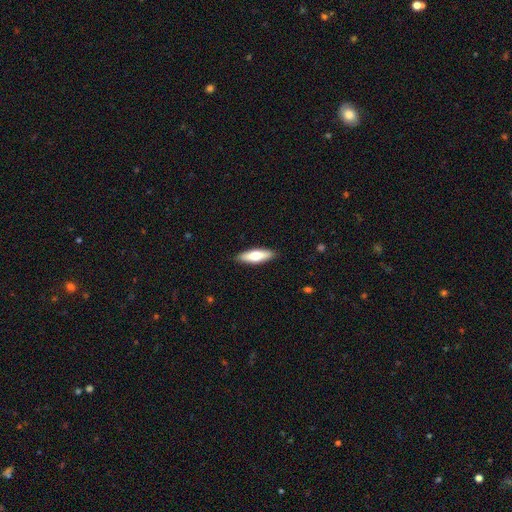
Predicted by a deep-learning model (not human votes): smooth-or-featured: smooth: 67% | featured or disk: 28% | star or artifact: 5%
  how-rounded: in between: 50% | cigar-shaped: 48% | round: 2%
  merging: none: 89% | minor disturbance: 8% | major disturbance: 2% | merger: 1%